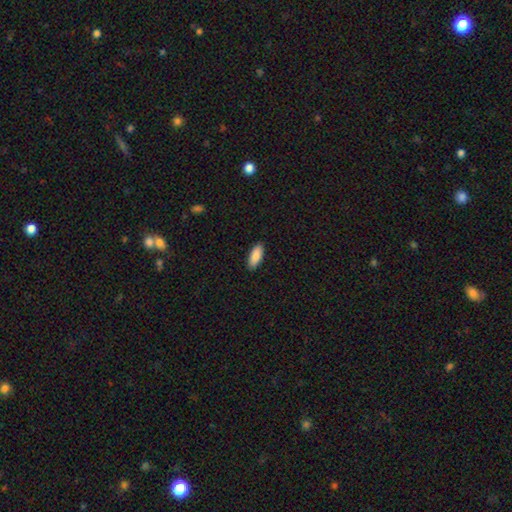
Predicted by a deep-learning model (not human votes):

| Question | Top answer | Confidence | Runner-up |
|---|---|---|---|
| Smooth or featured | smooth | 89% | star or artifact (6%) |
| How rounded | in between | 81% | cigar-shaped (17%) |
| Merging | none | 90% | minor disturbance (8%) |